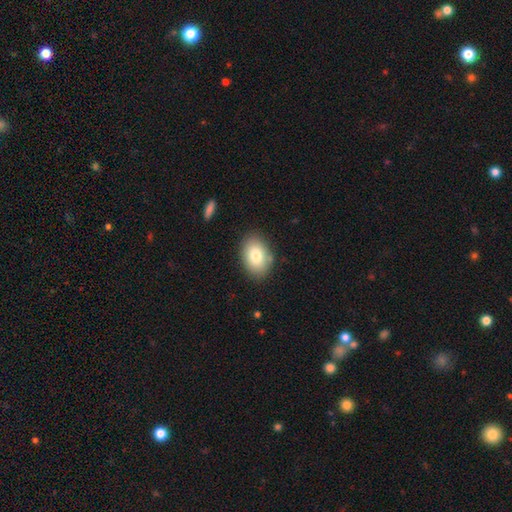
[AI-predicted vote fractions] This is likely a smooth galaxy (80%). How rounded: clearly in between (84%). Merging: clearly none (84%).